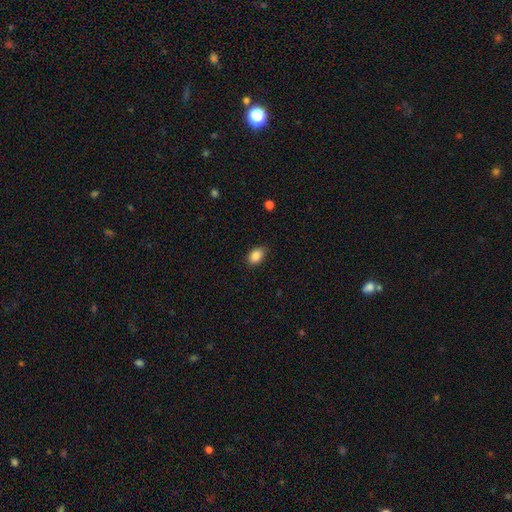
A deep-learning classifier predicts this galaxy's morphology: A smooth galaxy with no disk features (88%) that is in between round and cigar-shaped (84%). Merging: none (83%).